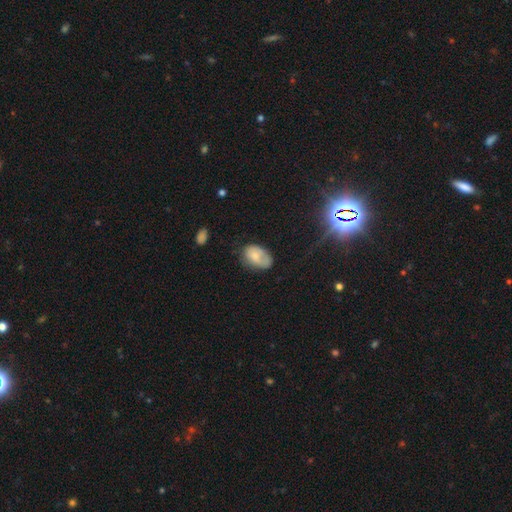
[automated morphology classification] A smooth galaxy with no disk features (70%) that is in between round and cigar-shaped (88%). Merging: none (48%).